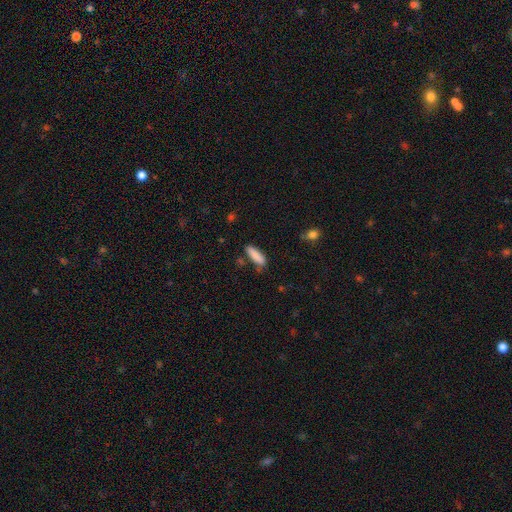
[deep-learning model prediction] Overall: smooth (86%). How rounded: cigar-shaped (56%; in between 42%). Merging: none (71%).